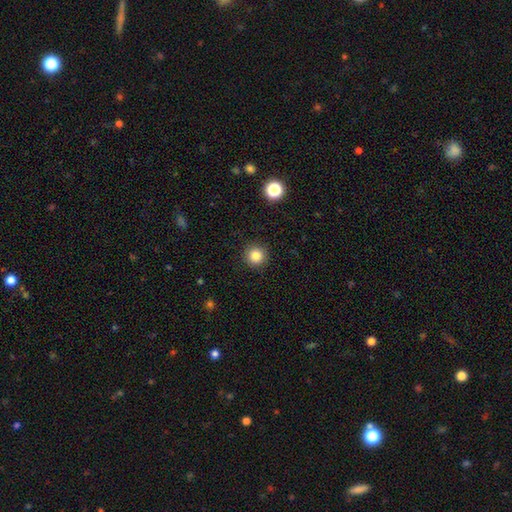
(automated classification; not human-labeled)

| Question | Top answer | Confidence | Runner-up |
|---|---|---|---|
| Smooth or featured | smooth | 84% | star or artifact (11%) |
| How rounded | round | 95% | in between (4%) |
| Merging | none | 92% | minor disturbance (5%) |